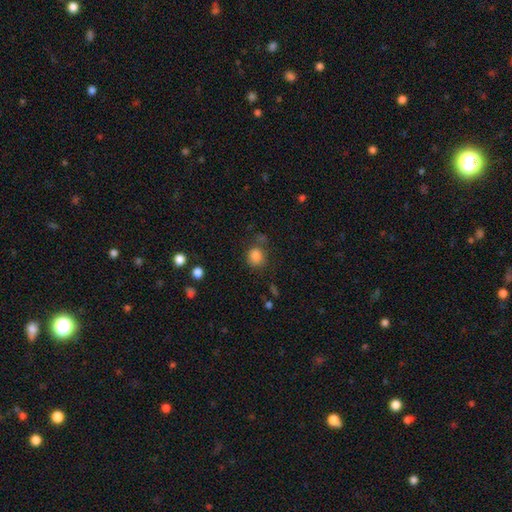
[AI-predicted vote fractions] smooth_or_featured: smooth (p=0.84) [alt: star or artifact p=0.11]
how_rounded: round (p=0.73) [alt: in between p=0.26]
merging: none (p=0.69) [alt: minor disturbance p=0.16]